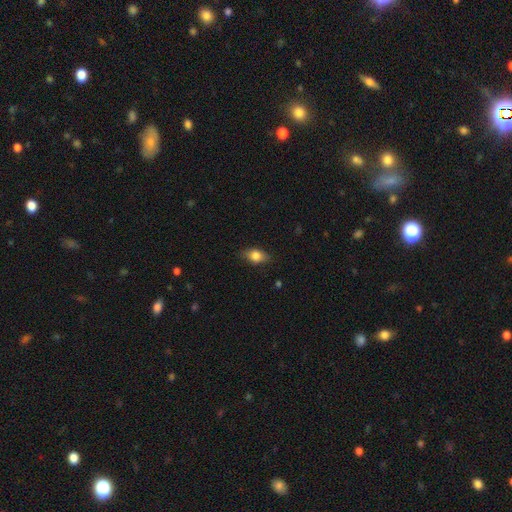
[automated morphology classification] Smooth or featured?
  - smooth: 76% *
  - featured or disk: 16%
  - star or artifact: 8%
How rounded?
  - in between: 80% *
  - round: 14%
  - cigar-shaped: 6%
Merging?
  - none: 79% *
  - minor disturbance: 16%
  - major disturbance: 3%
  - merger: 1%